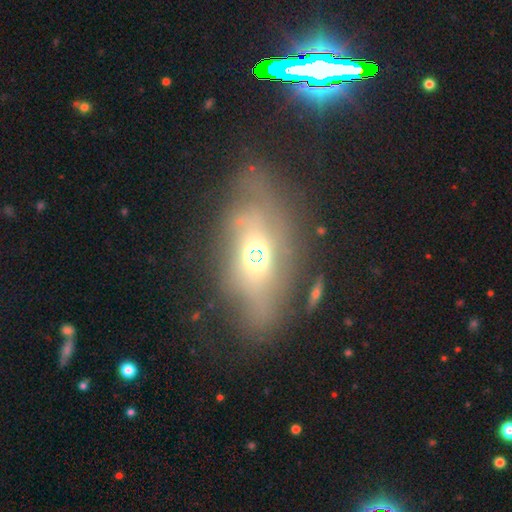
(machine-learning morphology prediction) This is possibly a featured or disk galaxy (53%). It is likely not viewed edge-on (74%). Merging: possibly none (48%).